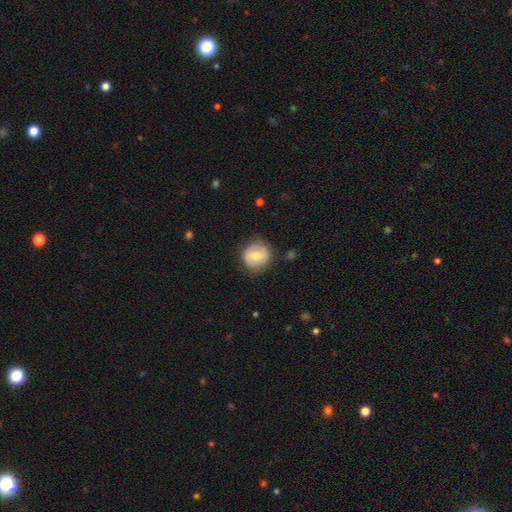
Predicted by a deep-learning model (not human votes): Smooth or featured? smooth (54%)
How rounded? round (85%)
Merging? none (79%)